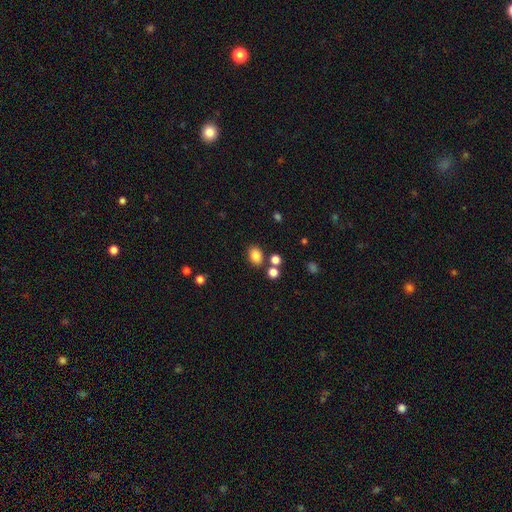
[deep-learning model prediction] A smooth galaxy with no disk features (84%) that is in between round and cigar-shaped (73%).

Vote fractions:
- Smooth or featured? smooth: 84% / star or artifact: 11% / featured or disk: 5%
- How rounded? in between: 73% / round: 26% / cigar-shaped: 1%
- Merging? none: 77% / minor disturbance: 10% / merger: 10% / major disturbance: 3%